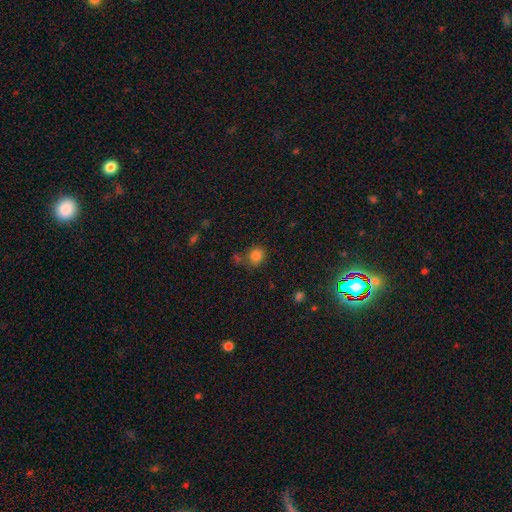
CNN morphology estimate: Overall: smooth (82%). How rounded: round (75%). Merging: none (68%).